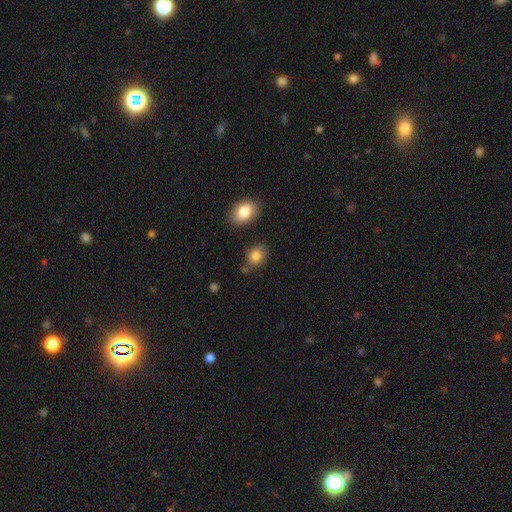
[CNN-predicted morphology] Smooth or featured?
  - smooth: 84% *
  - star or artifact: 9%
  - featured or disk: 7%
How rounded?
  - in between: 59% *
  - round: 40%
  - cigar-shaped: 1%
Merging?
  - none: 72% *
  - minor disturbance: 16%
  - merger: 7%
  - major disturbance: 4%